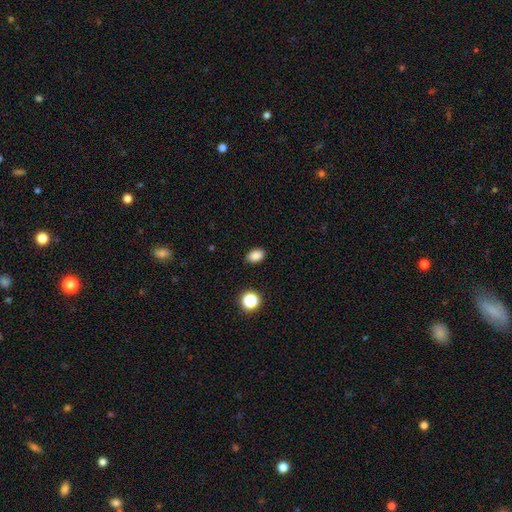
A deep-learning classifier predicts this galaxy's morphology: smooth_or_featured: smooth (p=0.86) [alt: star or artifact p=0.11]
how_rounded: in between (p=0.82) [alt: round p=0.16]
merging: none (p=0.87) [alt: minor disturbance p=0.09]